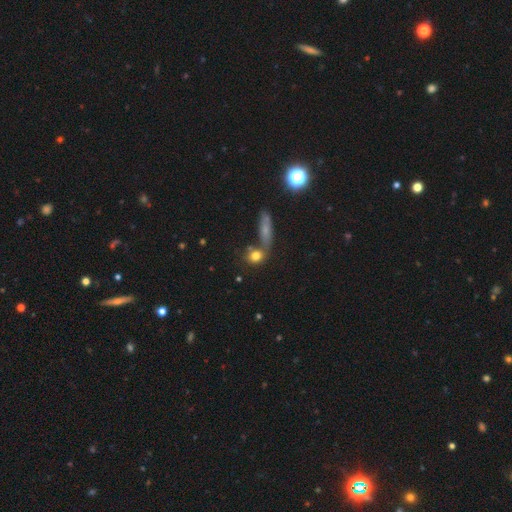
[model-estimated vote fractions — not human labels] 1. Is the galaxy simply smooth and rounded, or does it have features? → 75% smooth, 13% star or artifact, 12% featured or disk.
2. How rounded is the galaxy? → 64% round, 27% in between, 9% cigar-shaped.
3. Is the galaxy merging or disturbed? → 58% none, 24% merger, 12% minor disturbance, 5% major disturbance.